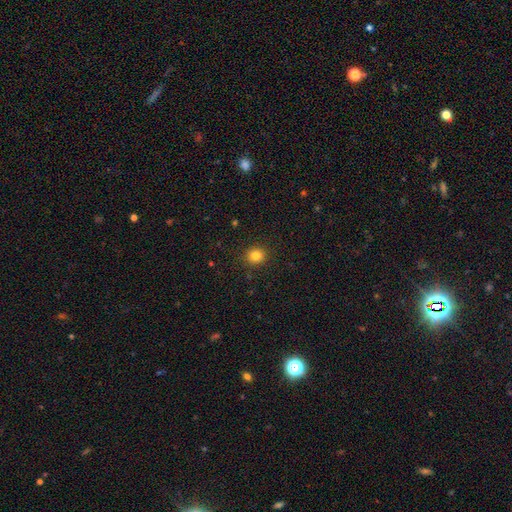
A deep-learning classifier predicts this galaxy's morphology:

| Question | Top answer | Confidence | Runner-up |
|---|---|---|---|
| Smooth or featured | smooth | 82% | star or artifact (12%) |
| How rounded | round | 88% | in between (11%) |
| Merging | none | 91% | minor disturbance (6%) |